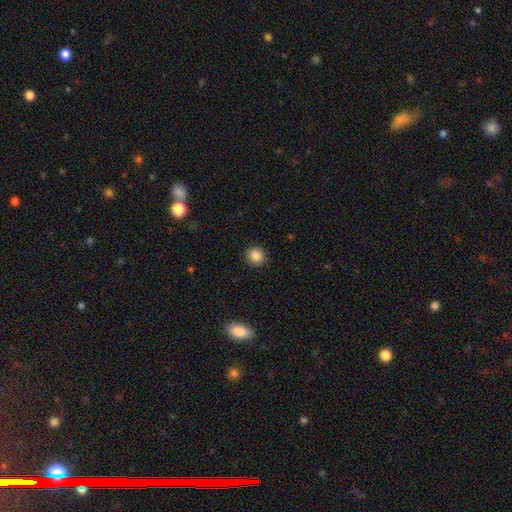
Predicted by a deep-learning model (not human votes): The model was most divided on "smooth or featured": smooth: 85%, star or artifact: 10%, featured or disk: 5%. More confident: merging — none (90%); how rounded — round (88%).